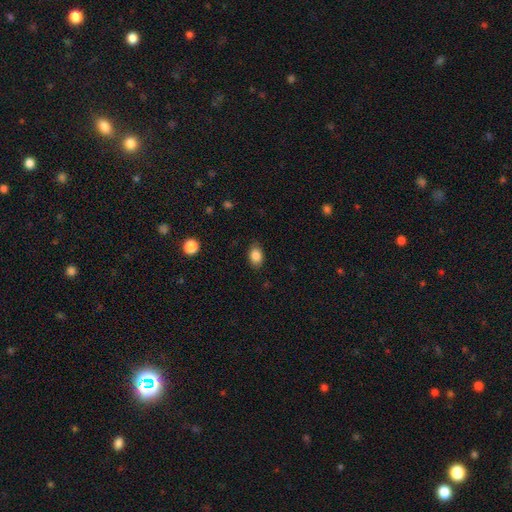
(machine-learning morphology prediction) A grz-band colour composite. It shows a smooth galaxy with no disk features (85%) that is in between round and cigar-shaped (82%). Merging: none (85%).